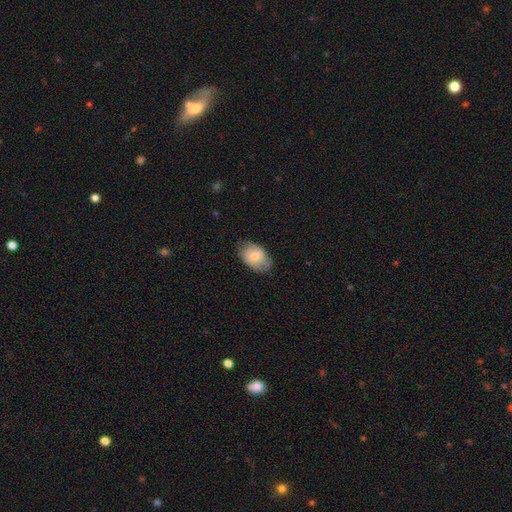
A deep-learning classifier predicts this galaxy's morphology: This is likely a smooth galaxy (73%). How rounded: clearly in between (88%). Merging: likely none (75%).